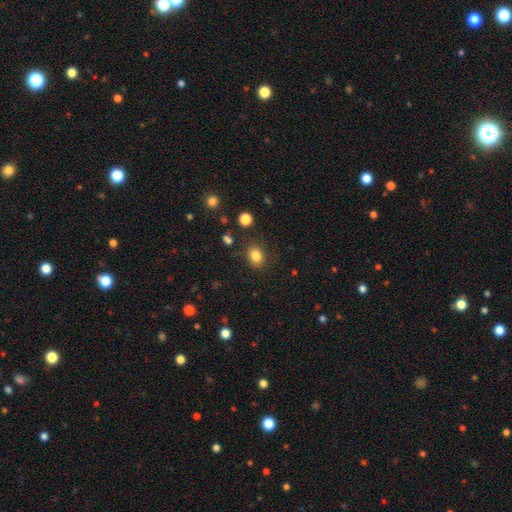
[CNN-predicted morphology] A smooth galaxy with no disk features (83%) that is in between round and cigar-shaped (55%).

Vote fractions:
- Smooth or featured? smooth: 83% / star or artifact: 11% / featured or disk: 6%
- How rounded? in between: 55% / round: 44% / cigar-shaped: 1%
- Merging? none: 82% / minor disturbance: 12% / major disturbance: 4% / merger: 3%